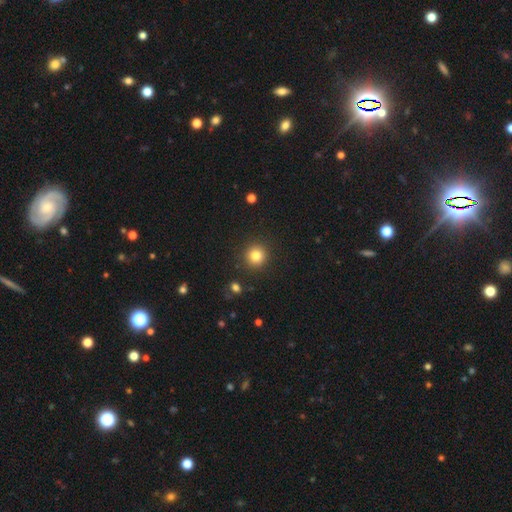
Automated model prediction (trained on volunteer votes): This appears to be a smooth galaxy with no disk features (81%) that is round (94%). Merging: none (90%).